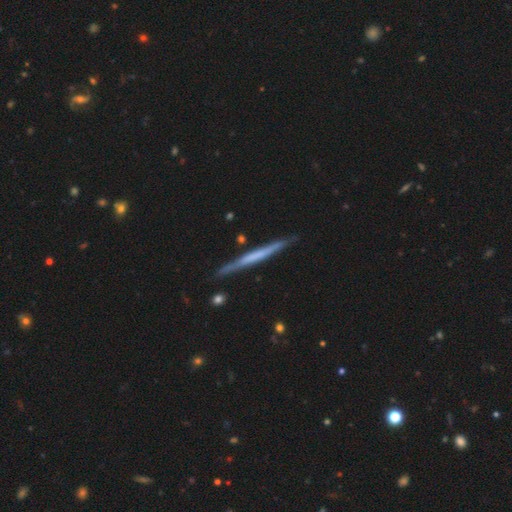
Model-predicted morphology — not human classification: type=featured or disk (58%); edge-on=yes (97%); edge-on bulge=none (83%); merging=none (87%).